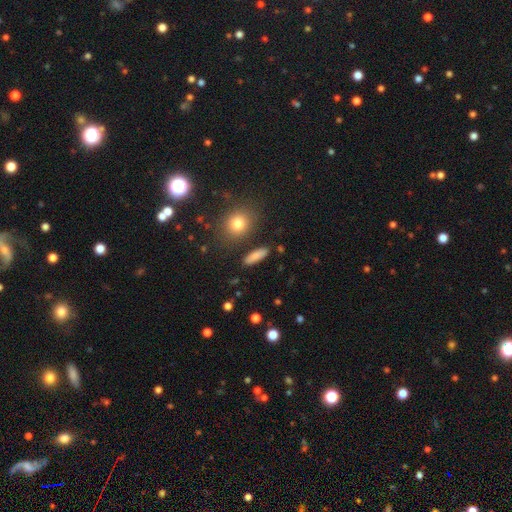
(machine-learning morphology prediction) A smooth galaxy with no disk features (82%) that is cigar-shaped (51%).

Vote fractions:
- Smooth or featured? smooth: 82% / star or artifact: 9% / featured or disk: 9%
- How rounded? cigar-shaped: 51% / in between: 44% / round: 5%
- Merging? none: 87% / minor disturbance: 8% / merger: 2% / major disturbance: 2%